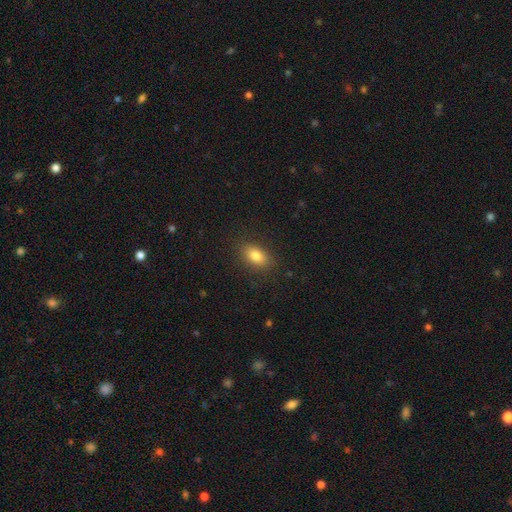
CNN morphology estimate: This appears to be a smooth galaxy with no disk features (83%) that is in between round and cigar-shaped (86%). Merging: none (87%).